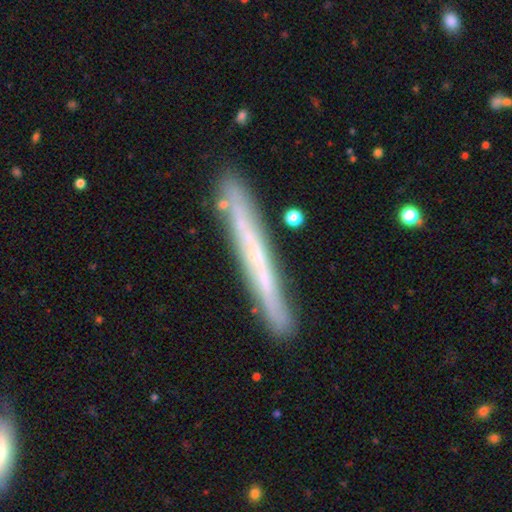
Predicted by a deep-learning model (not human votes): Overall: featured or disk (60%; smooth 34%). Edge-on disk: yes (90%). Edge-on bulge: none (82%). Merging: none (86%).